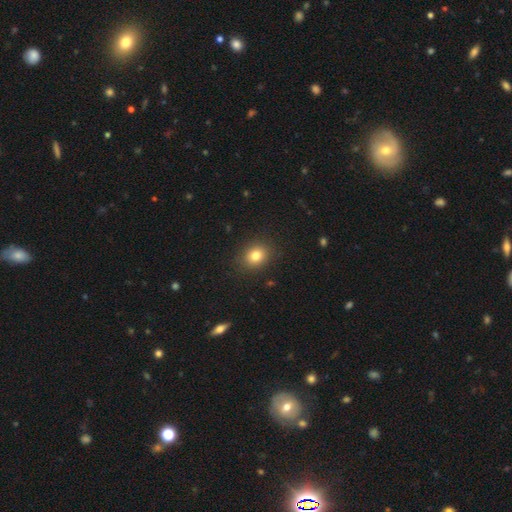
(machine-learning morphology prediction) Smooth or featured?
  - smooth: 81% *
  - star or artifact: 12%
  - featured or disk: 7%
How rounded?
  - round: 64% *
  - in between: 35%
  - cigar-shaped: 1%
Merging?
  - none: 89% *
  - minor disturbance: 8%
  - major disturbance: 3%
  - merger: 1%